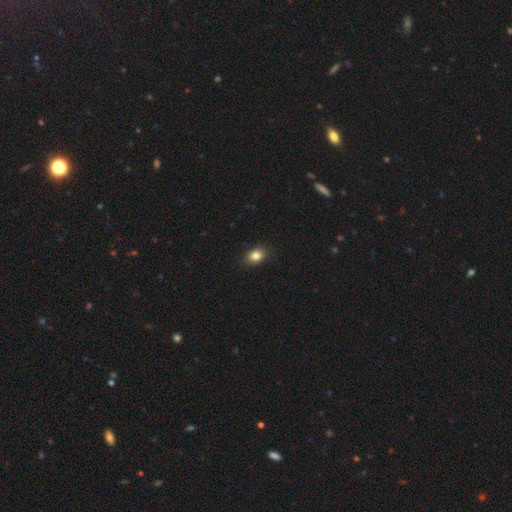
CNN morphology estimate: Smooth or featured? Predicted: smooth (p=0.83). How rounded? Predicted: in between (p=0.74). Merging? Predicted: none (p=0.88).